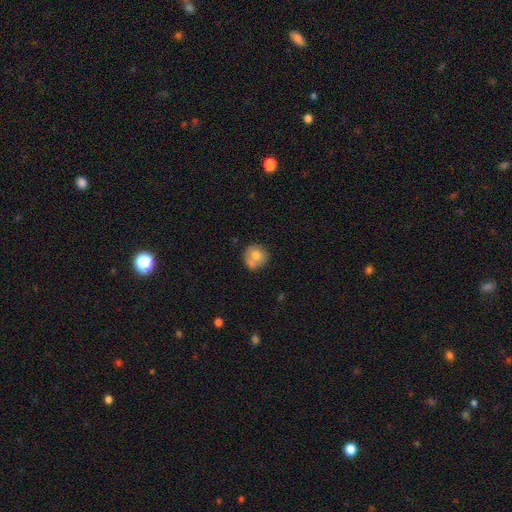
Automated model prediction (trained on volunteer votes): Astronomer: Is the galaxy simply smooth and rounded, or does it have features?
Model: smooth — 69%.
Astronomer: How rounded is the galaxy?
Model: round — 87%.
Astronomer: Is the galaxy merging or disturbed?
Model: none — 54%.